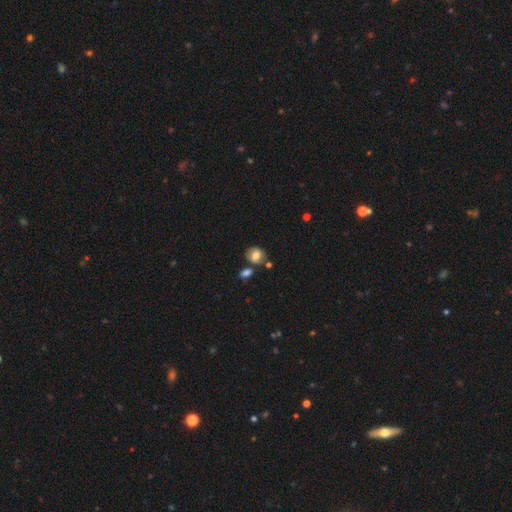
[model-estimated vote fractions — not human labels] Q: Smooth or featured?
A: smooth (75%); runner-up: featured or disk (16%)
Q: How rounded?
A: round (63%); runner-up: in between (36%)
Q: Merging?
A: none (63%); runner-up: merger (17%)